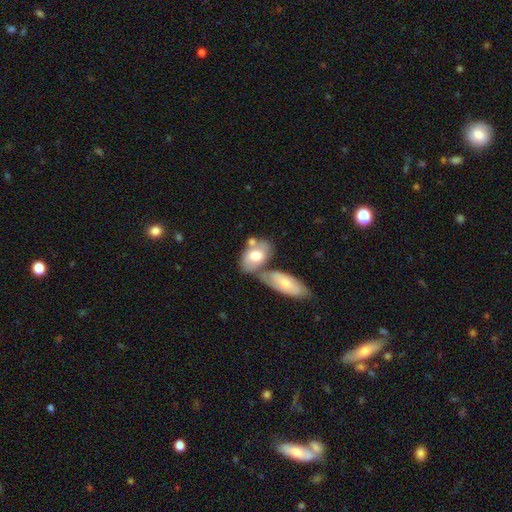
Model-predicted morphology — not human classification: This appears to be a smooth galaxy with no disk features (66%) that is in between round and cigar-shaped (89%). Merging: merger (43%).